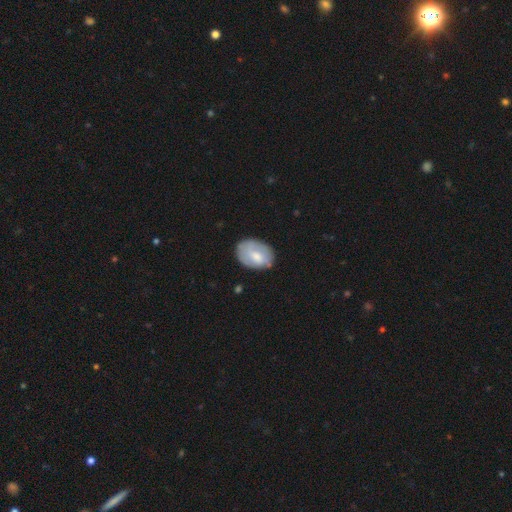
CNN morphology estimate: A smooth galaxy with no disk features (64%) that is in between round and cigar-shaped (81%). Merging: none (69%).